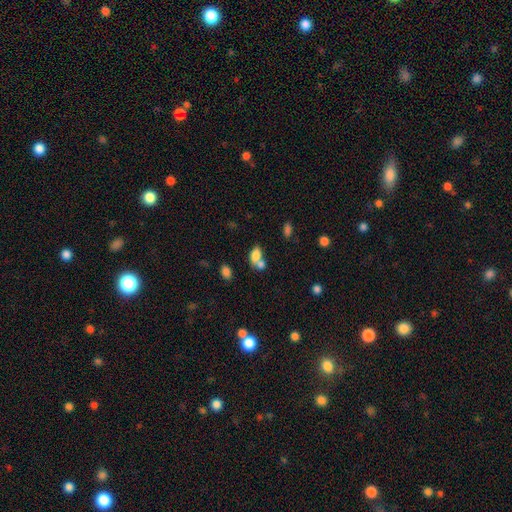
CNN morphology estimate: type=smooth (78%); roundness=in between (86%); merging=merger (49%).